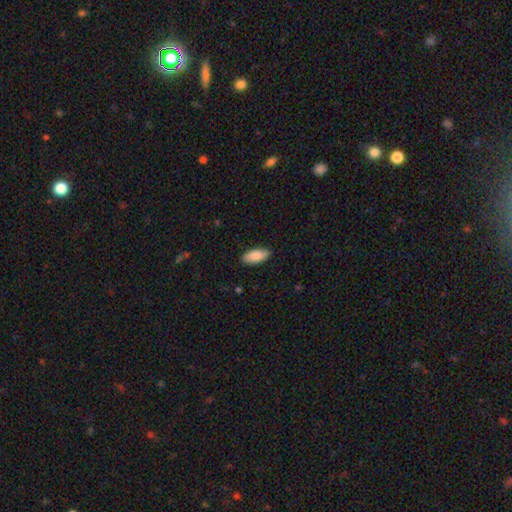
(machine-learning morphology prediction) Smooth or featured? Predicted: smooth (p=0.85). How rounded? Predicted: in between (p=0.88). Merging? Predicted: none (p=0.89).